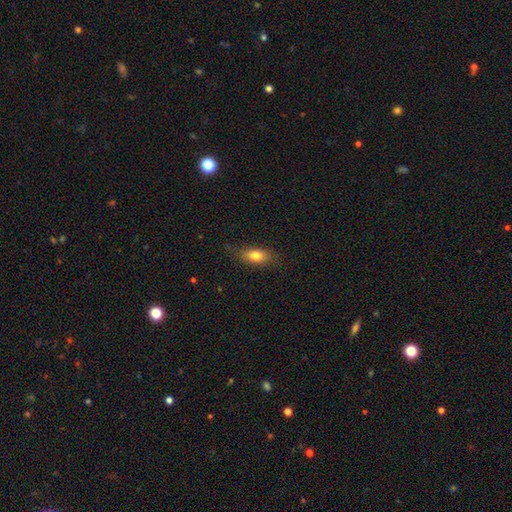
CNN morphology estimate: type=smooth (78%); roundness=in between (82%); merging=none (75%).